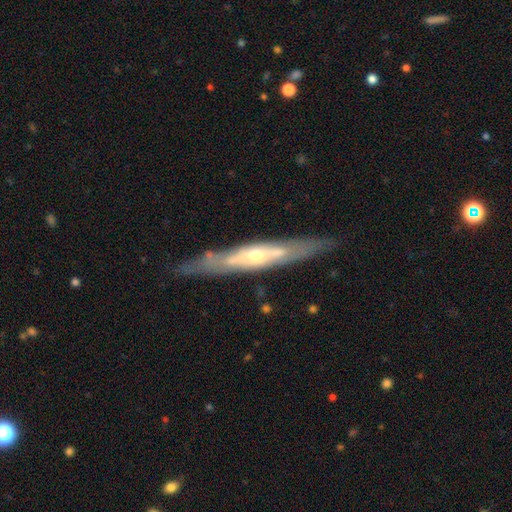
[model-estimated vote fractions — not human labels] A featured or disk galaxy (69%) viewed edge-on (71%). Merging: none (77%).